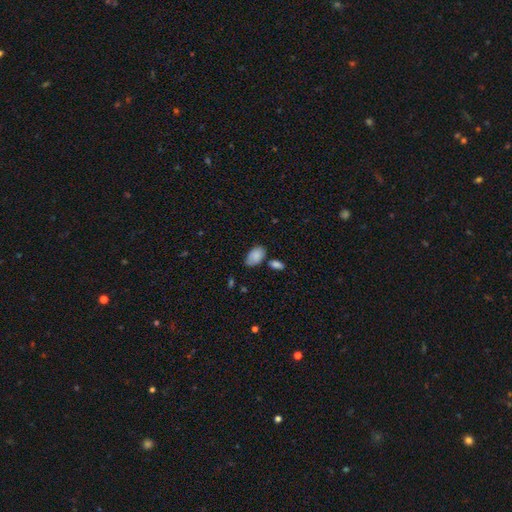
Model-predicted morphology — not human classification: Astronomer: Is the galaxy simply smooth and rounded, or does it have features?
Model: smooth — 85%.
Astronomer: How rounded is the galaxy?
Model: in between — 93%.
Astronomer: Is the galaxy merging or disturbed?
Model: none — 60%.